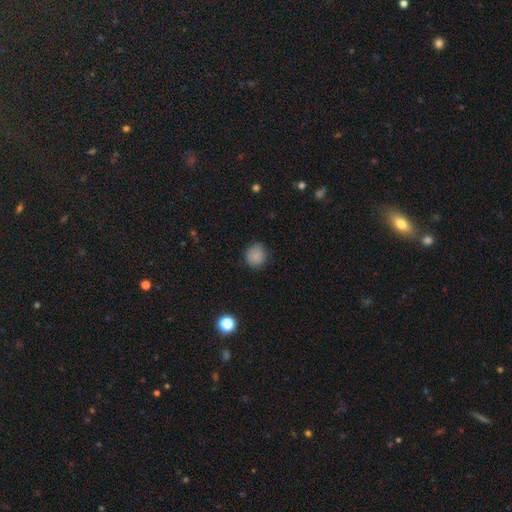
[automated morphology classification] smooth-or-featured: smooth: 85% | star or artifact: 10% | featured or disk: 4%
  how-rounded: round: 90% | in between: 9% | cigar-shaped: 1%
  merging: none: 86% | minor disturbance: 10% | major disturbance: 3% | merger: 1%